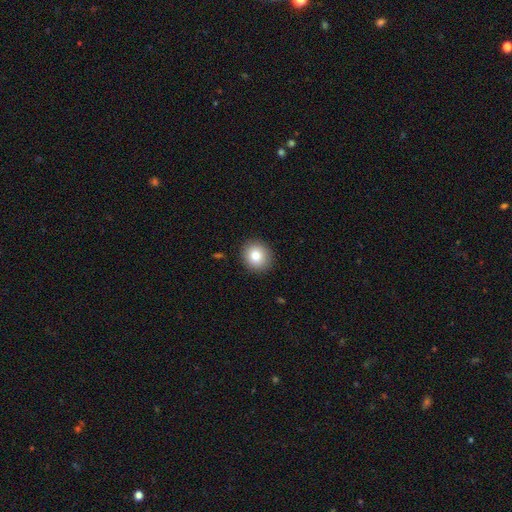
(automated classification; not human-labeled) This appears to be a smooth galaxy with no disk features (81%) that is round (86%). Merging: none (91%).